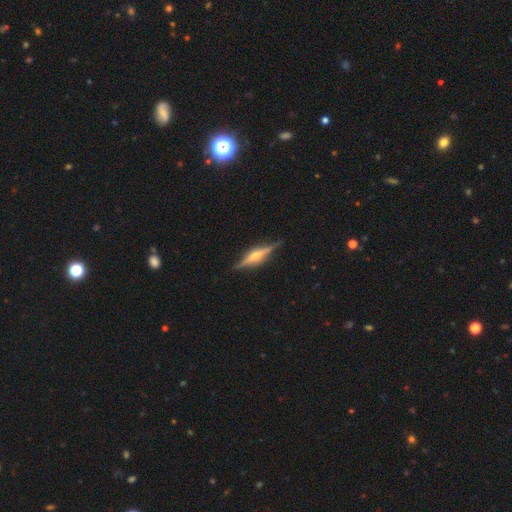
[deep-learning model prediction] featured or disk 82%, smooth 12%, star or artifact 6%. Down the decision tree: edge-on disk — yes (97%); edge-on bulge — rounded (85%); merging — none (88%).